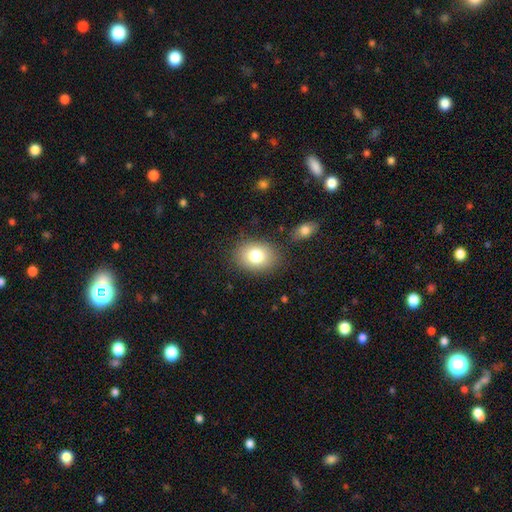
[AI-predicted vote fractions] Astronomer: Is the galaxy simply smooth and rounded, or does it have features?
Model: smooth — 79%.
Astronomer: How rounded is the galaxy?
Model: in between — 63%.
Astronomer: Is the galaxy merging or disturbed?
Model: none — 82%.